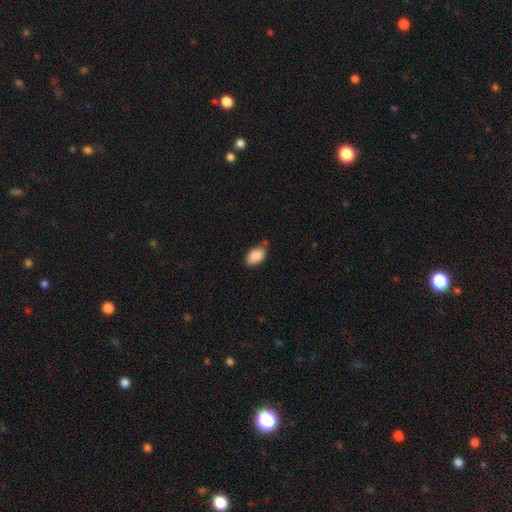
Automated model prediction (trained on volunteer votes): This appears to be a smooth galaxy with no disk features (88%) that is in between round and cigar-shaped (92%). Merging: none (73%).